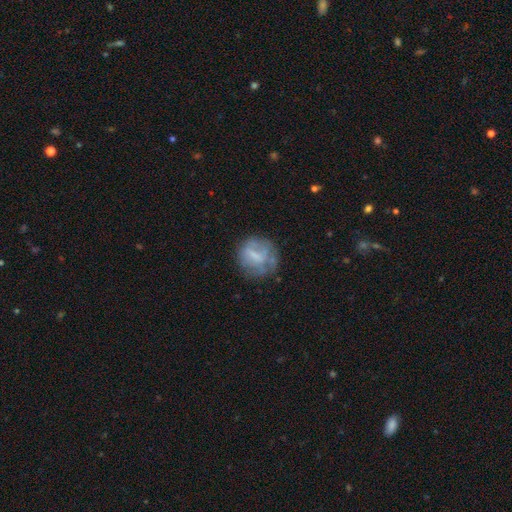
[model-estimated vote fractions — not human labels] smooth-or-featured: smooth: 52% | featured or disk: 39% | star or artifact: 9%
  how-rounded: round: 81% | in between: 18% | cigar-shaped: 1%
  merging: none: 59% | minor disturbance: 23% | major disturbance: 15% | merger: 3%